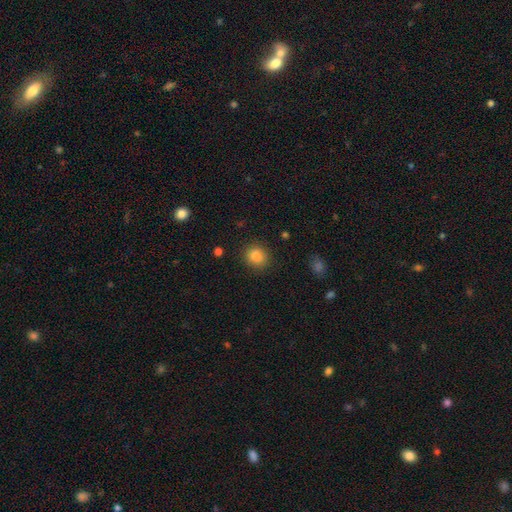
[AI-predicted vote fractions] smooth_or_featured: smooth (p=0.85) [alt: star or artifact p=0.10]
how_rounded: round (p=0.79) [alt: in between p=0.20]
merging: none (p=0.88) [alt: minor disturbance p=0.08]